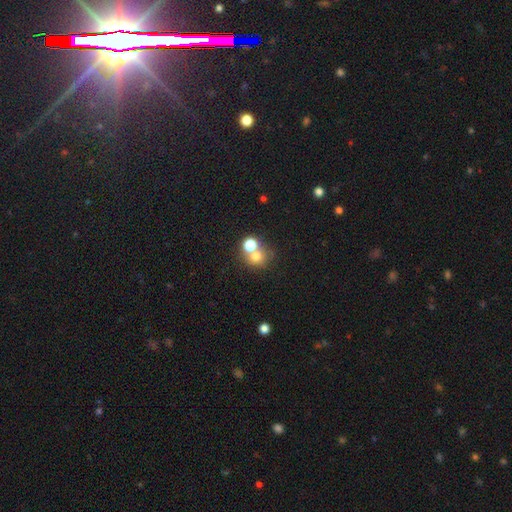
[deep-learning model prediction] Overall: smooth (71%). How rounded: round (82%). Merging: none (47%; merger 42%).